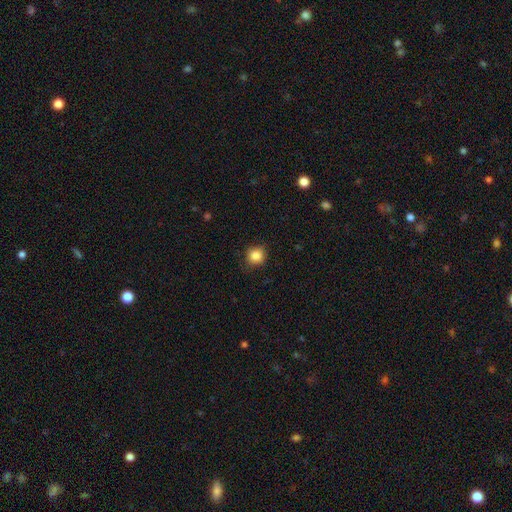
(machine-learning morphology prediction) Smooth or featured? smooth (86%)
How rounded? round (89%)
Merging? none (86%)